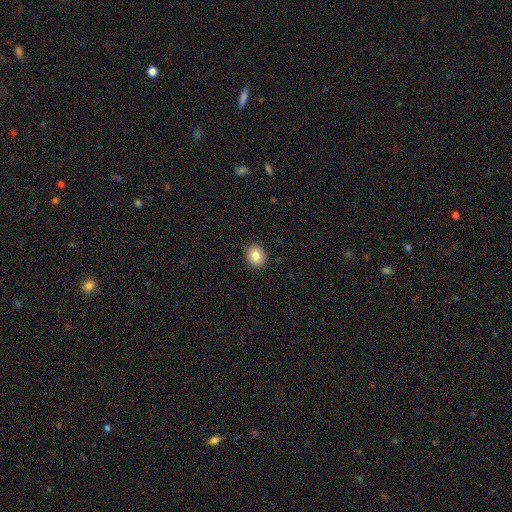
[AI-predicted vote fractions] This is clearly a smooth galaxy (84%). How rounded: likely round (64%). Merging: clearly none (91%).